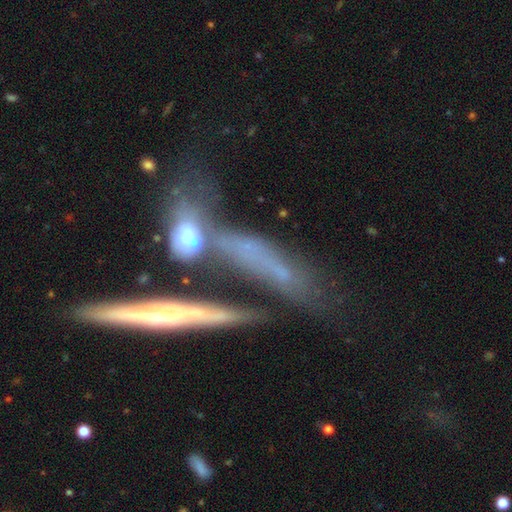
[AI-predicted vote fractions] Morphology: type=featured or disk (55%); edge-on=yes (75%); merging=none (42%).